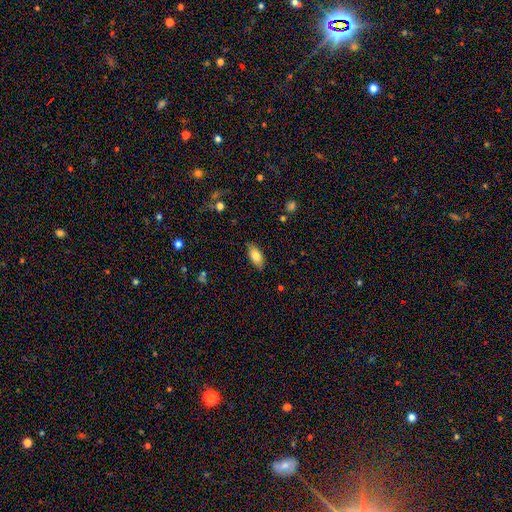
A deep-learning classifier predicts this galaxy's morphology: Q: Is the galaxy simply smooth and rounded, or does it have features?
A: smooth — 80%.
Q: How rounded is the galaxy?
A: in between — 88%.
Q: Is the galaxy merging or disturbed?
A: none — 85%.